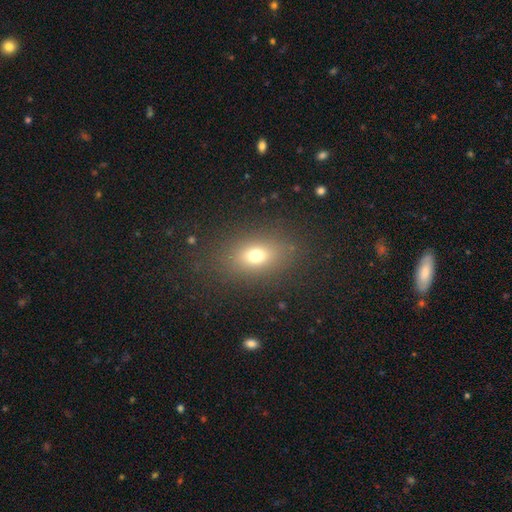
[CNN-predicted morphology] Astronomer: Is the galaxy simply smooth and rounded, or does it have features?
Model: smooth — 71%.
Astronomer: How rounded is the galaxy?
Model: in between — 70%.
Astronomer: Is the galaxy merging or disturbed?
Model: none — 84%.